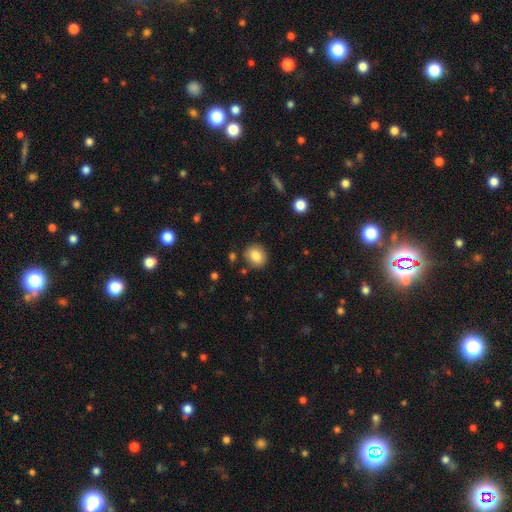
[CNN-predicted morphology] smooth 84%, star or artifact 9%, featured or disk 7%. Down the decision tree: how rounded — round (67%); merging — none (85%).